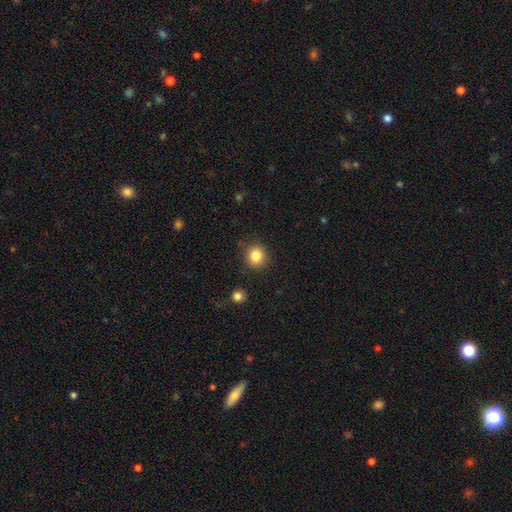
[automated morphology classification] Smooth or featured? smooth (84%)
How rounded? round (89%)
Merging? none (88%)